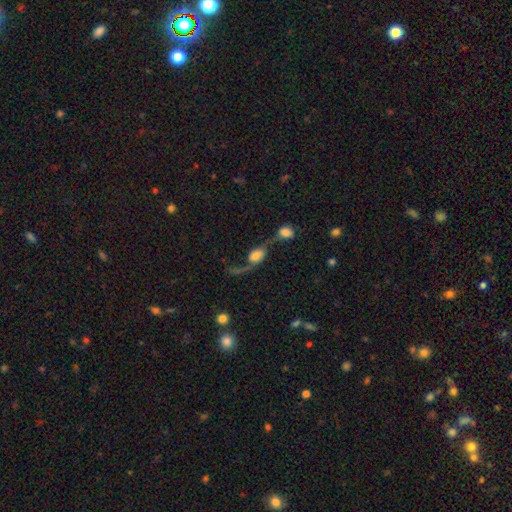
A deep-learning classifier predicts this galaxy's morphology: Smooth or featured: featured or disk — 57% (smooth — 33%)
Edge-on disk: no — 89% (yes — 11%)
Bar: no — 64% (weak — 27%)
Spiral arms: yes — 81% (no — 19%)
Bulge size: large — 33% (moderate — 27%)
Merging: merger — 59% (major disturbance — 16%)